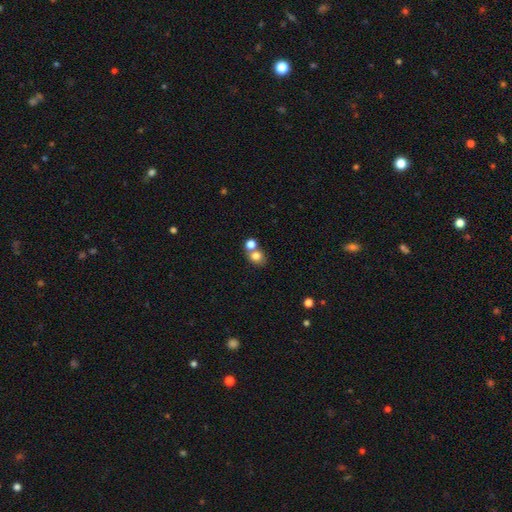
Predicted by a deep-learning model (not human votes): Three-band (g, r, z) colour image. It shows a smooth galaxy with no disk features (78%) that is round (65%). Merging: none (47%).